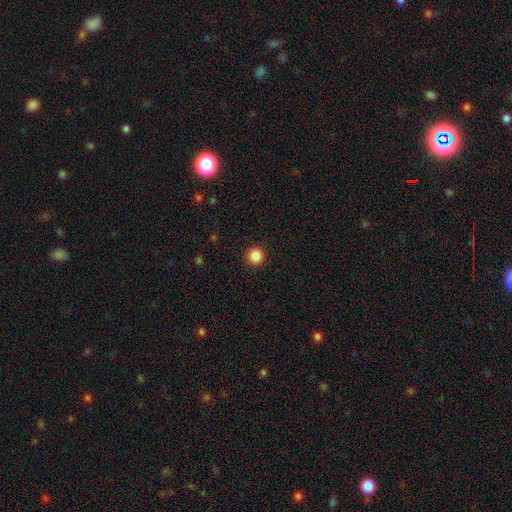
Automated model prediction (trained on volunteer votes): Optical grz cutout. It shows a smooth galaxy with no disk features (87%) that is round (95%). Merging: none (93%).